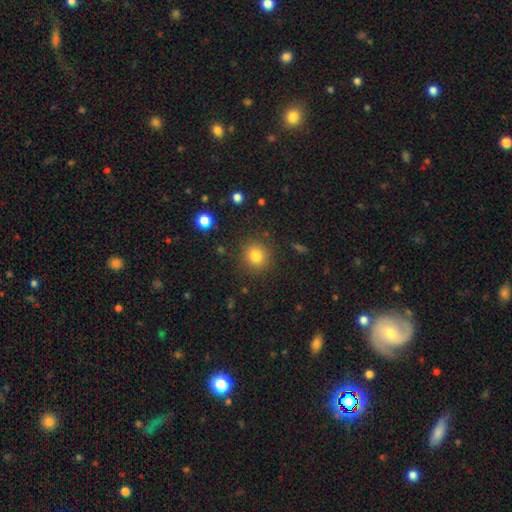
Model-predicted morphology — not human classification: Q: Smooth or featured?
A: smooth (82%); runner-up: star or artifact (12%)
Q: How rounded?
A: round (90%); runner-up: in between (9%)
Q: Merging?
A: none (87%); runner-up: minor disturbance (8%)